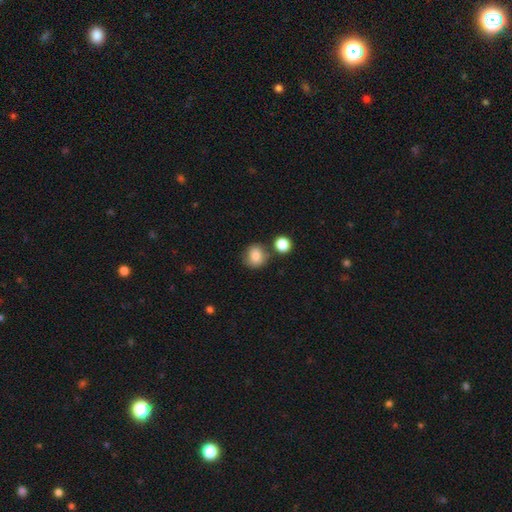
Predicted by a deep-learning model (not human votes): smooth_or_featured: smooth (p=0.83) [alt: star or artifact p=0.10]
how_rounded: round (p=0.82) [alt: in between p=0.17]
merging: none (p=0.72) [alt: minor disturbance p=0.13]